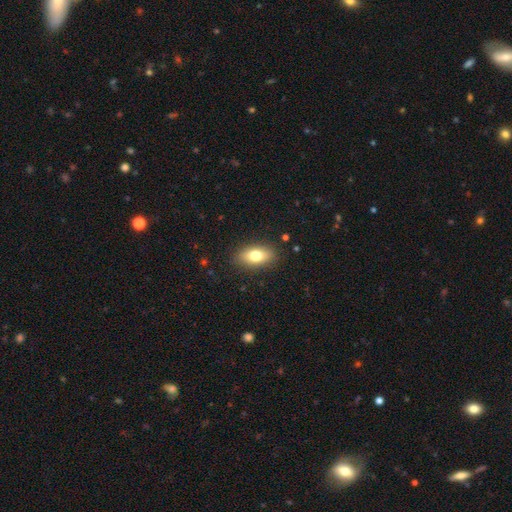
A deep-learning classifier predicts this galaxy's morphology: This appears to be a smooth galaxy with no disk features (74%) that is in between round and cigar-shaped (86%). Merging: none (87%).